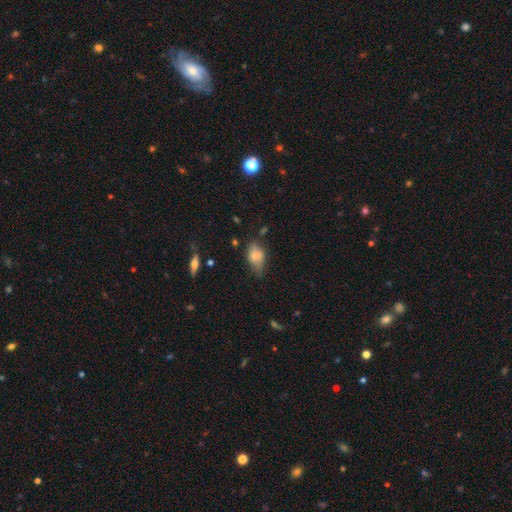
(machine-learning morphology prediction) type=smooth (70%); roundness=in between (86%); merging=none (49%).